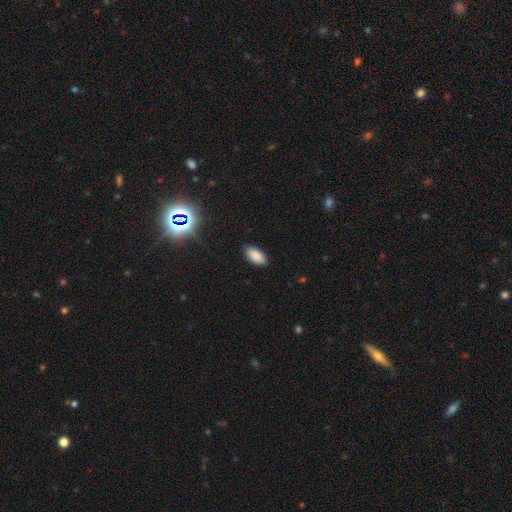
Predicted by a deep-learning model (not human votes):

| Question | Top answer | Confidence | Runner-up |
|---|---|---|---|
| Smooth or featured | smooth | 87% | star or artifact (9%) |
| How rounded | in between | 93% | cigar-shaped (5%) |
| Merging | none | 87% | minor disturbance (10%) |